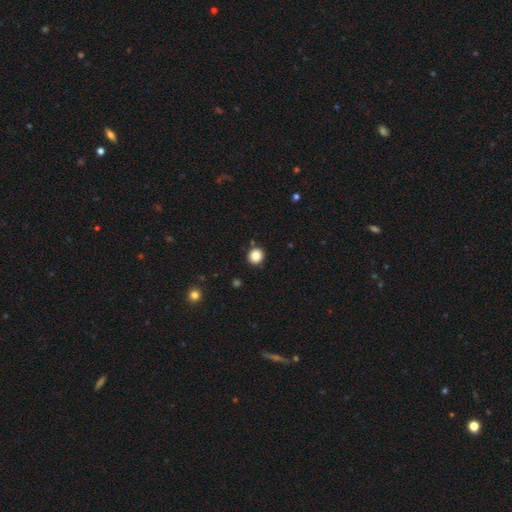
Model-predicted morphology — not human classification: Overall: smooth (86%). How rounded: round (91%). Merging: none (89%).